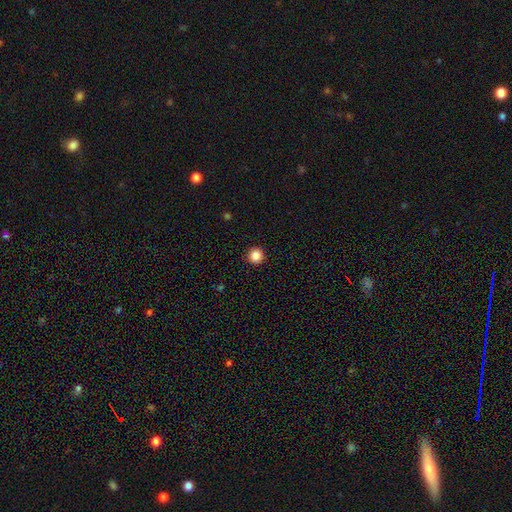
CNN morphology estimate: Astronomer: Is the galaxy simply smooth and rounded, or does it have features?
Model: smooth — 85%.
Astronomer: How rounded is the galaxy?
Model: round — 96%.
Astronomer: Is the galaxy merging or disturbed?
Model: none — 93%.